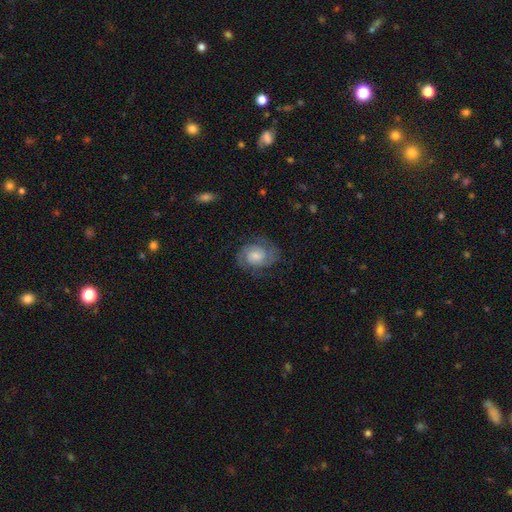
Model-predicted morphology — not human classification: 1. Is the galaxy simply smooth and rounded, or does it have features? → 76% featured or disk, 18% smooth, 6% star or artifact.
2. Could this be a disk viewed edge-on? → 98% no, 2% yes.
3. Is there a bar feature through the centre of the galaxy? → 55% no, 39% weak, 6% strong.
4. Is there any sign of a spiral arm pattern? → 95% yes, 5% no.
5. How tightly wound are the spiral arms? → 49% tight, 41% medium, 10% loose.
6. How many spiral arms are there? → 77% 2, 10% can't tell, 6% 3, 3% 1, 2% 4, 2% more than 4.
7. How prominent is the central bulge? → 41% moderate, 39% small, 10% large, 9% none, 2% dominant.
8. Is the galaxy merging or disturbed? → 73% none, 17% minor disturbance, 8% major disturbance, 1% merger.